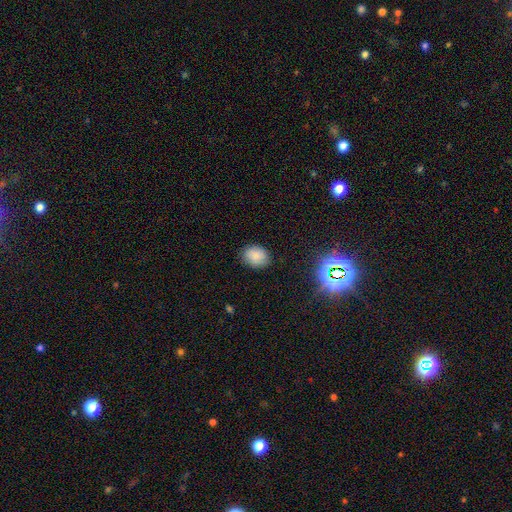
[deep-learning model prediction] smooth-or-featured: smooth: 84% | star or artifact: 11% | featured or disk: 6%
  how-rounded: in between: 60% | round: 39% | cigar-shaped: 1%
  merging: none: 81% | minor disturbance: 14% | major disturbance: 3% | merger: 1%